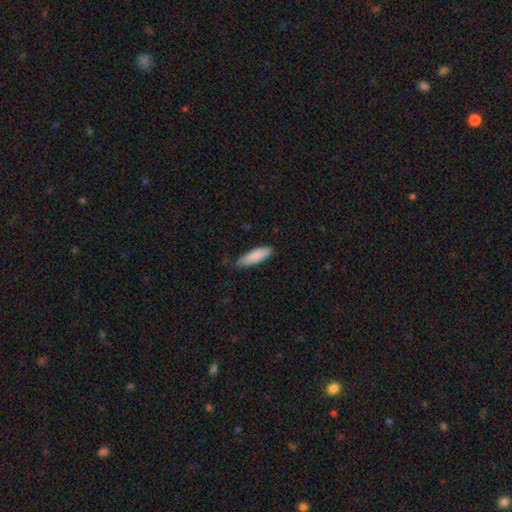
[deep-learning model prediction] Smooth or featured?
  - smooth: 87% *
  - featured or disk: 8%
  - star or artifact: 6%
How rounded?
  - cigar-shaped: 58% *
  - in between: 41%
  - round: 1%
Merging?
  - none: 75% *
  - minor disturbance: 21%
  - major disturbance: 3%
  - merger: 1%